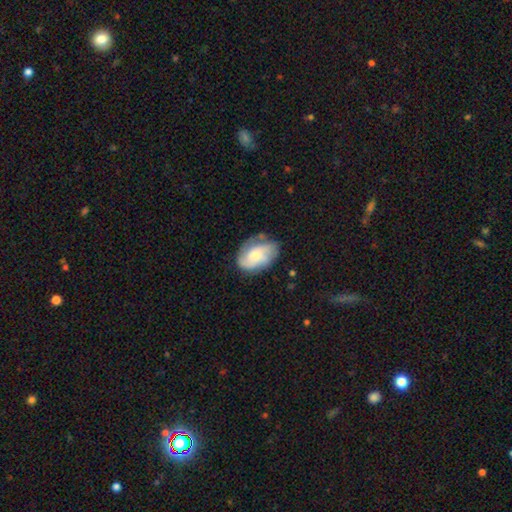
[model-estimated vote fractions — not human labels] Morphology: type=featured or disk (55%); edge-on=no (96%); bar=no (69%); spiral arms=yes (83%); bulge=moderate (49%); merging=none (62%).